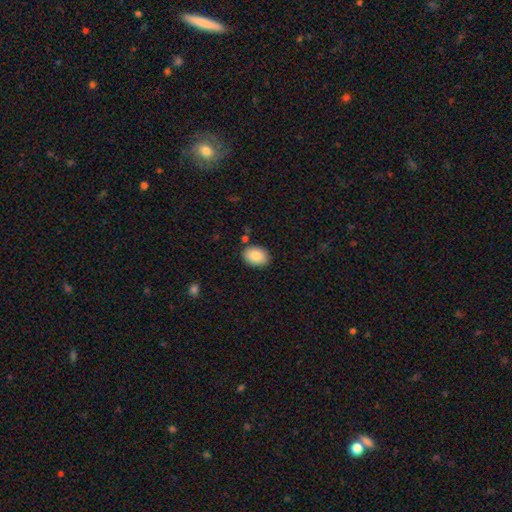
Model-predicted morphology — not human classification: Overall: smooth (85%). How rounded: in between (78%). Merging: none (86%).